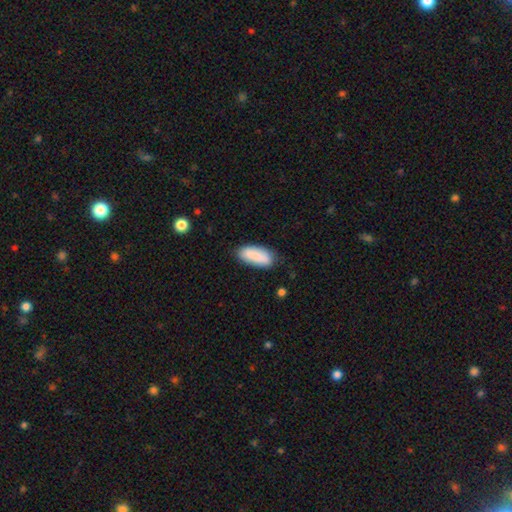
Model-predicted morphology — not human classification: type=smooth (86%); roundness=in between (83%); merging=none (78%).